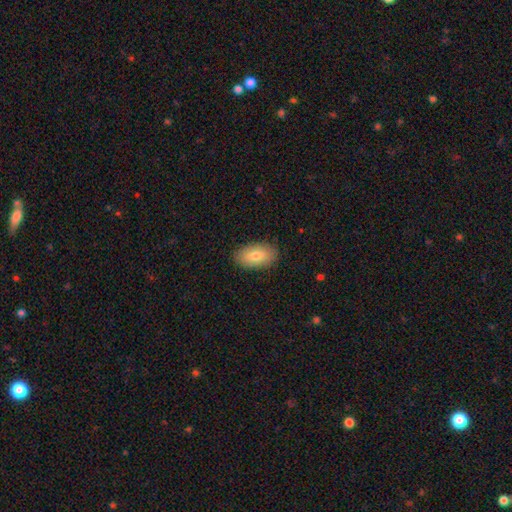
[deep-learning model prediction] Smooth or featured: smooth — 79% (featured or disk — 15%)
How rounded: in between — 93% (round — 4%)
Merging: none — 88% (minor disturbance — 9%)